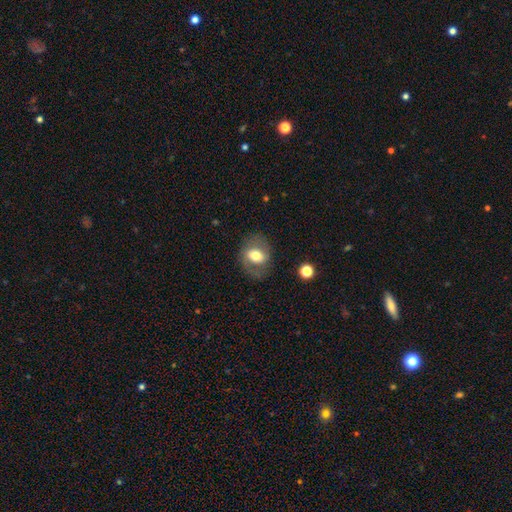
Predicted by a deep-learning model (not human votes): Morphology: type=smooth (52%); roundness=in between (53%); merging=none (72%).